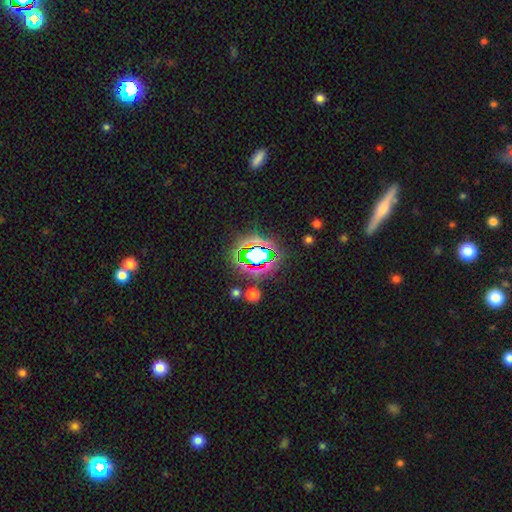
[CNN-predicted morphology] This is likely a star or artifact rather than a galaxy (64%).